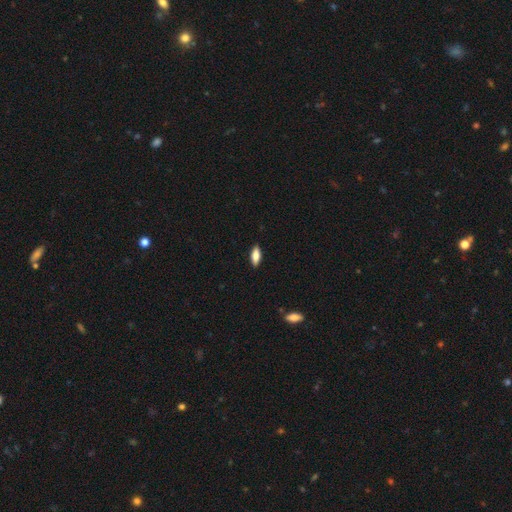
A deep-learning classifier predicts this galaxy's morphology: smooth-or-featured: smooth: 78% | featured or disk: 16% | star or artifact: 6%
  how-rounded: in between: 71% | cigar-shaped: 27% | round: 2%
  merging: none: 89% | minor disturbance: 9% | major disturbance: 2% | merger: 1%